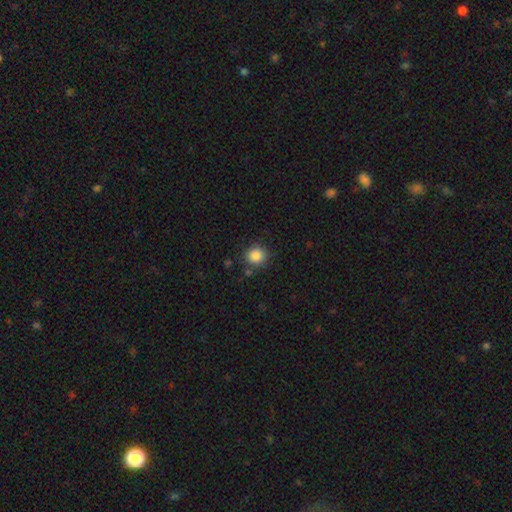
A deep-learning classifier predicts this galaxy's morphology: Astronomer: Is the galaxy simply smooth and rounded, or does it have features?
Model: smooth — 86%.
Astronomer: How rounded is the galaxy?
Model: round — 90%.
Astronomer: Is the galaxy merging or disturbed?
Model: none — 84%.